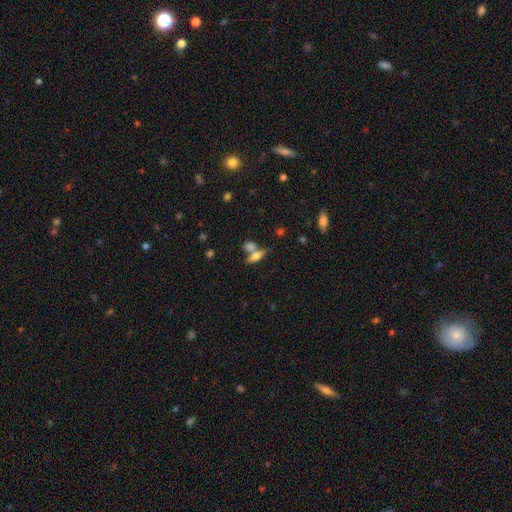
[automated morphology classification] smooth 55%, featured or disk 35%, star or artifact 10%. Down the decision tree: how rounded — in between (54%); merging — none (50%).